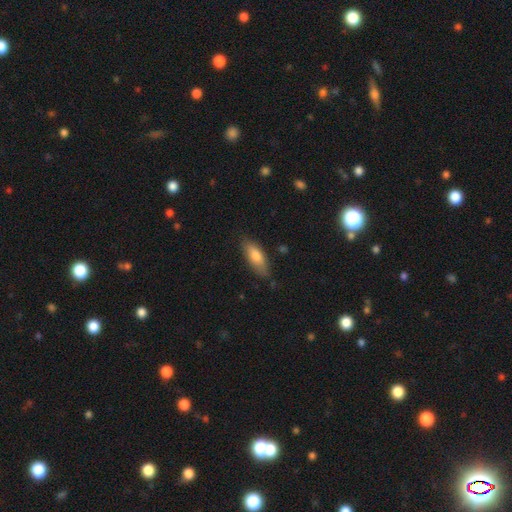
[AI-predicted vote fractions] Overall: smooth (76%). How rounded: in between (65%; cigar-shaped 33%). Merging: none (77%).